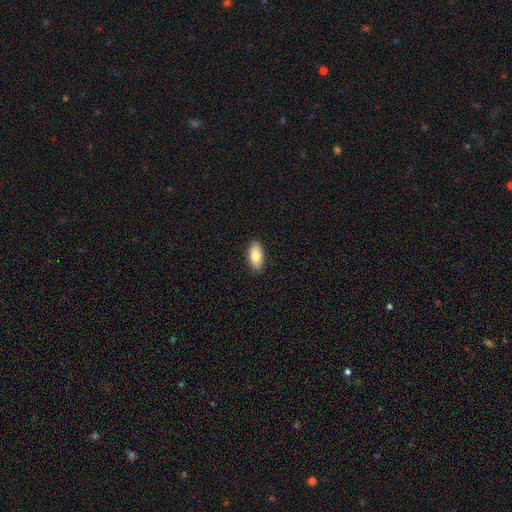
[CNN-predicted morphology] A smooth galaxy with no disk features (82%) that is in between round and cigar-shaped (91%). Merging: none (89%).